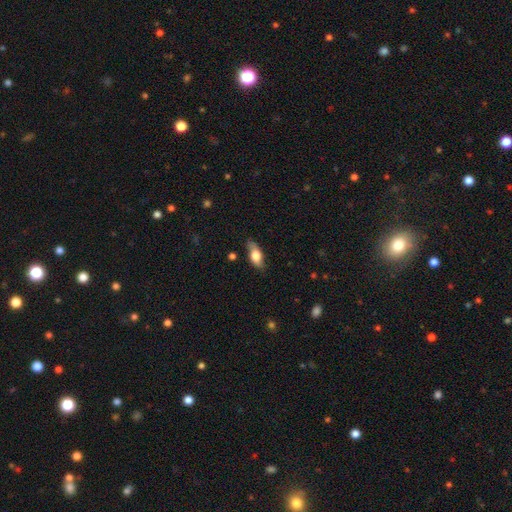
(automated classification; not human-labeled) smooth_or_featured: smooth (p=0.69) [alt: featured or disk p=0.25]
how_rounded: in between (p=0.80) [alt: cigar-shaped p=0.16]
merging: none (p=0.79) [alt: minor disturbance p=0.17]